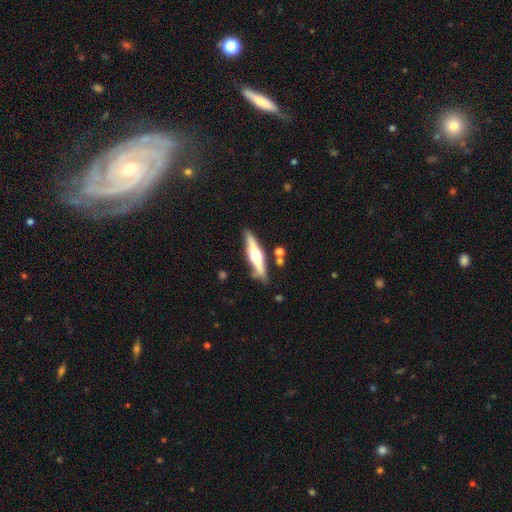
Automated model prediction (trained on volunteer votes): This appears to be a featured or disk galaxy (66%) viewed edge-on (96%) with a rounded central bulge (92%). Merging: none (81%).